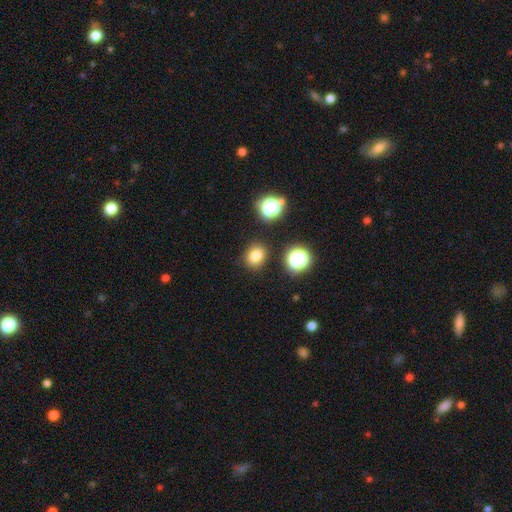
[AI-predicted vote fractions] A smooth galaxy with no disk features (79%) that is round (68%).

Vote fractions:
- Smooth or featured? smooth: 79% / star or artifact: 15% / featured or disk: 6%
- How rounded? round: 68% / in between: 31% / cigar-shaped: 1%
- Merging? none: 85% / minor disturbance: 9% / merger: 4% / major disturbance: 3%